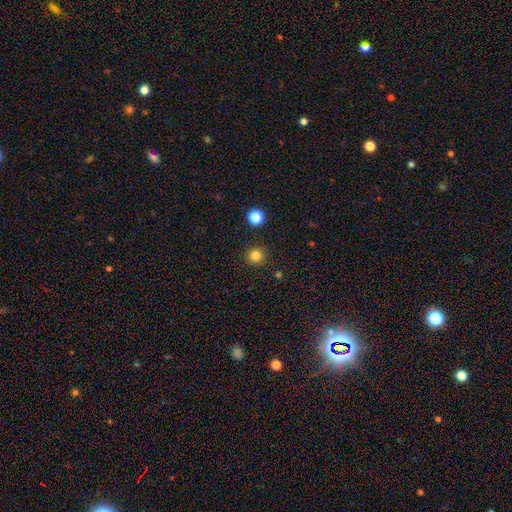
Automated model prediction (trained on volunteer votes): A smooth galaxy with no disk features (82%) that is round (93%). Merging: none (91%).